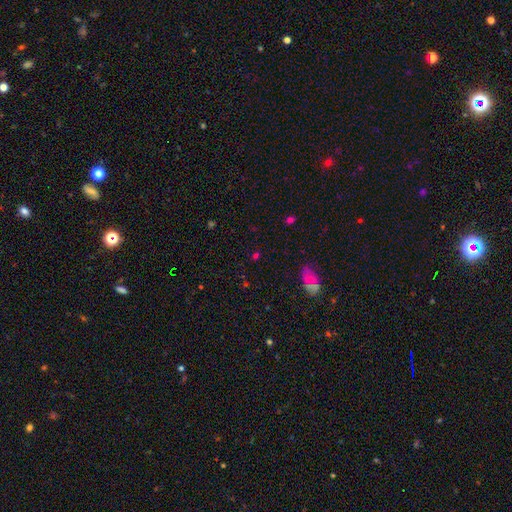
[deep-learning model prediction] Overall: smooth (46%; star or artifact 44%). Merging: none (77%).